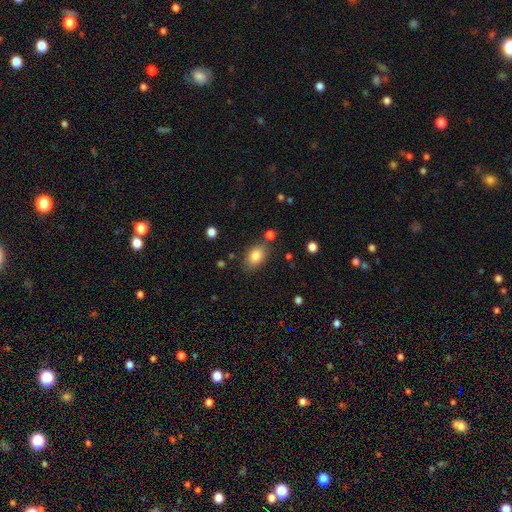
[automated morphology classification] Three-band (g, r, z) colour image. It shows a smooth galaxy with no disk features (84%) that is in between round and cigar-shaped (87%). Merging: none (76%).